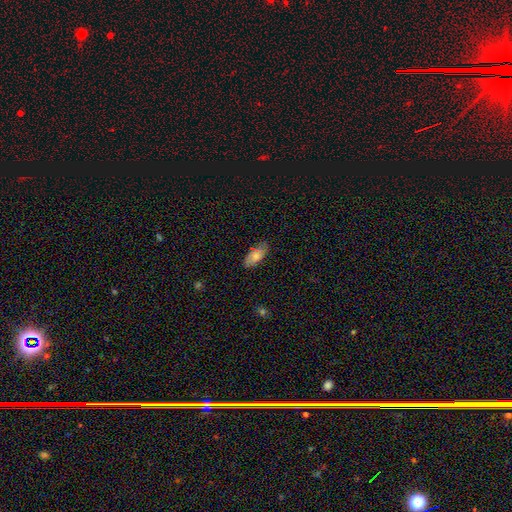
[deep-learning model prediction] smooth 73%, featured or disk 16%, star or artifact 11%. Down the decision tree: how rounded — in between (87%); merging — none (80%).